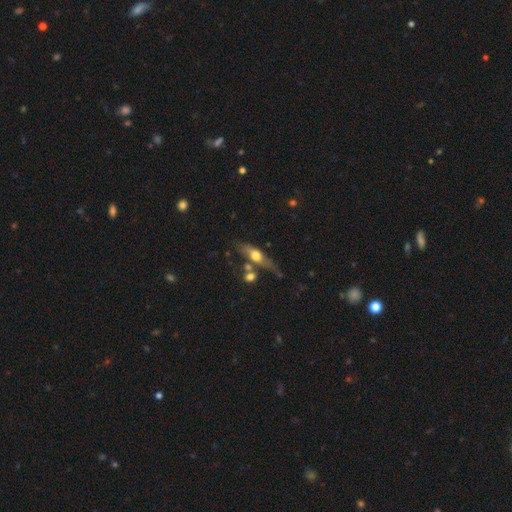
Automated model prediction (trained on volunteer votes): Q: Smooth or featured?
A: featured or disk (49%); runner-up: smooth (43%)
Q: Merging?
A: none (51%); runner-up: merger (20%)